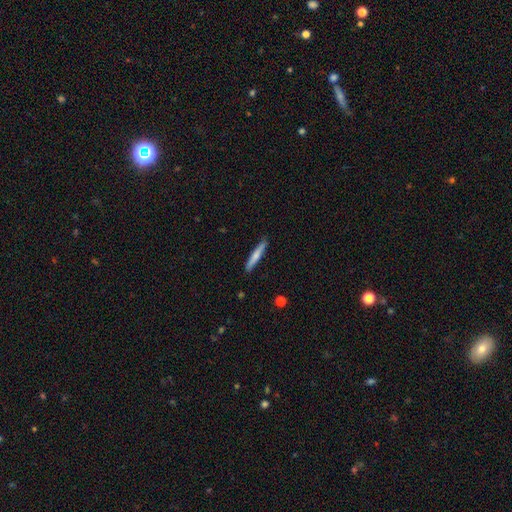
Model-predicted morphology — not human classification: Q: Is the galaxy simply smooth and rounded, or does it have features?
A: smooth — 64%.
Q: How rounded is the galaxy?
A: cigar-shaped — 94%.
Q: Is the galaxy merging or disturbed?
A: none — 89%.